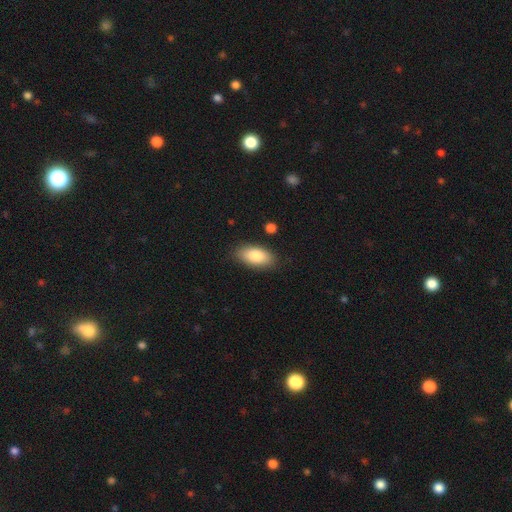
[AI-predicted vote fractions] smooth 83%, featured or disk 10%, star or artifact 6%. Down the decision tree: how rounded — in between (92%); merging — none (85%).